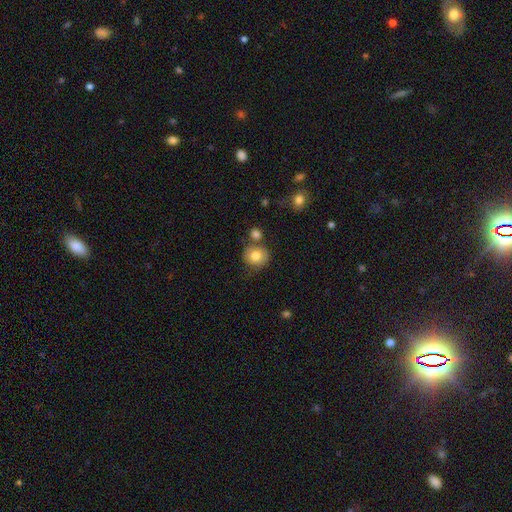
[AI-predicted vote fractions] smooth 80%, featured or disk 11%, star or artifact 9%. Down the decision tree: how rounded — round (83%); merging — none (66%).